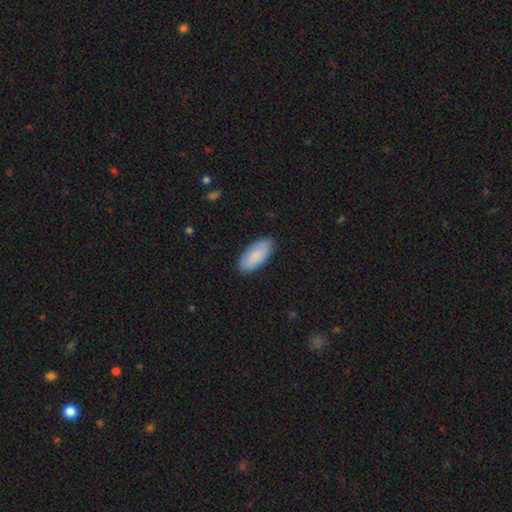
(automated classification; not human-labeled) The model was most divided on "merging": none: 86%, minor disturbance: 11%, major disturbance: 2%, merger: 1%. More confident: how rounded — in between (91%); smooth or featured — smooth (85%).